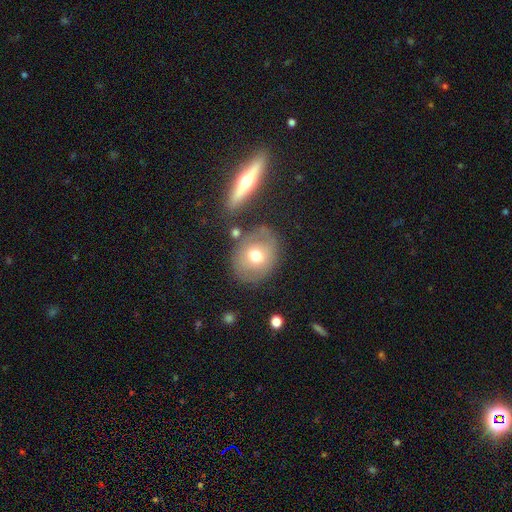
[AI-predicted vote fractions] smooth-or-featured: smooth: 61% | featured or disk: 30% | star or artifact: 9%
  how-rounded: round: 59% | in between: 40% | cigar-shaped: 1%
  merging: none: 69% | minor disturbance: 16% | merger: 8% | major disturbance: 7%